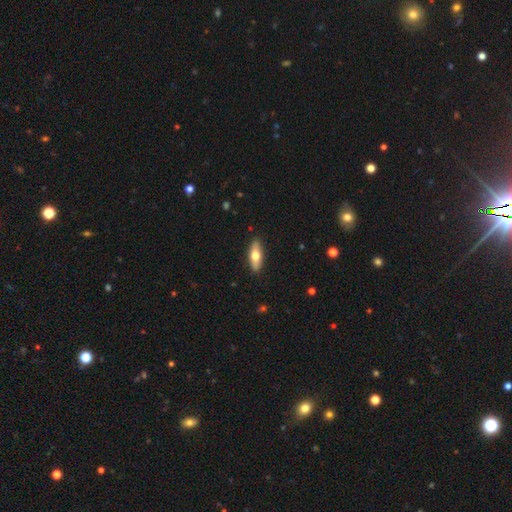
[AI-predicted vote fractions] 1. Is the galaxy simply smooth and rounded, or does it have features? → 59% smooth, 35% featured or disk, 6% star or artifact.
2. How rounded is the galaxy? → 58% in between, 39% cigar-shaped, 3% round.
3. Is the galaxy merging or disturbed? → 89% none, 8% minor disturbance, 2% major disturbance, 1% merger.